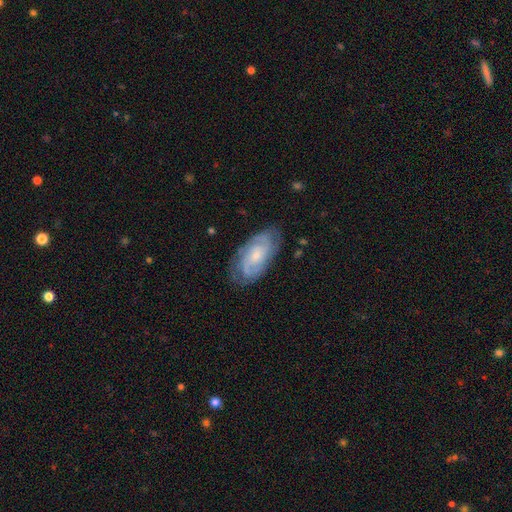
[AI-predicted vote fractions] smooth_or_featured: featured or disk (p=0.76) [alt: smooth p=0.18]
disk_edge_on: no (p=0.95) [alt: yes p=0.05]
bar: no (p=0.67) [alt: weak p=0.28]
has_spiral_arms: yes (p=0.93) [alt: no p=0.07]
spiral_winding: tight (p=0.59) [alt: medium p=0.33]
spiral_arm_count: 2 (p=0.40) [alt: can't tell p=0.30]
bulge_size: small (p=0.57) [alt: moderate p=0.34]
merging: none (p=0.76) [alt: minor disturbance p=0.18]